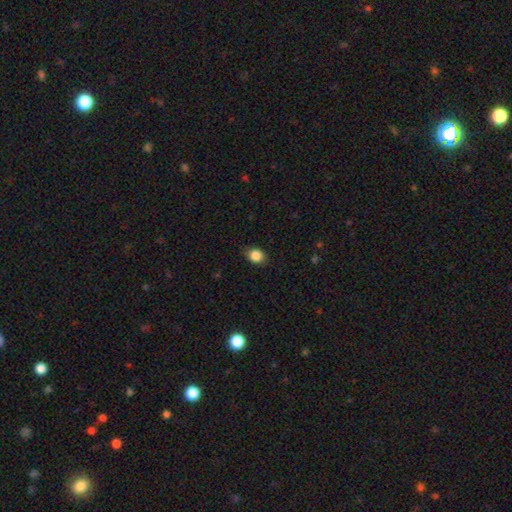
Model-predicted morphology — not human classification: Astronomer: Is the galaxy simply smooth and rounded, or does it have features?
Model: smooth — 86%.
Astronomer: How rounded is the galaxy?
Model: in between — 50% (runner-up: round, 49%).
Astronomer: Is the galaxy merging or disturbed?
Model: none — 81%.